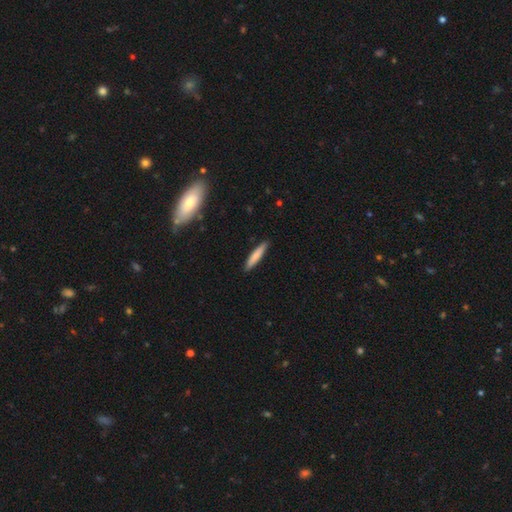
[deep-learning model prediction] This is likely a smooth galaxy (76%). How rounded: clearly cigar-shaped (90%). Merging: clearly none (90%).